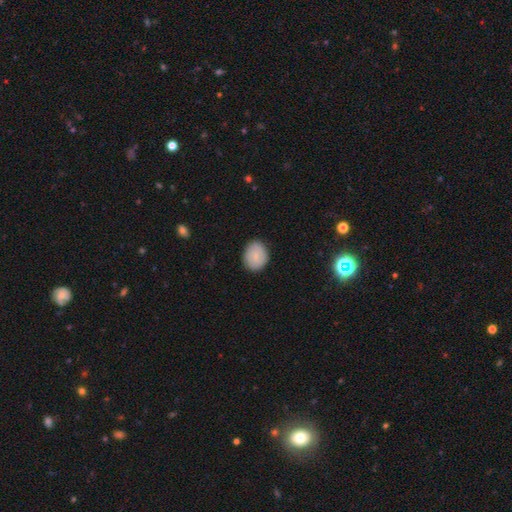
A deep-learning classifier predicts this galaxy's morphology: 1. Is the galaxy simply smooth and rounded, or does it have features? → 81% smooth, 12% featured or disk, 7% star or artifact.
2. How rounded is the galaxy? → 58% round, 41% in between, 1% cigar-shaped.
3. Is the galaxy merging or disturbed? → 86% none, 11% minor disturbance, 2% major disturbance, 1% merger.